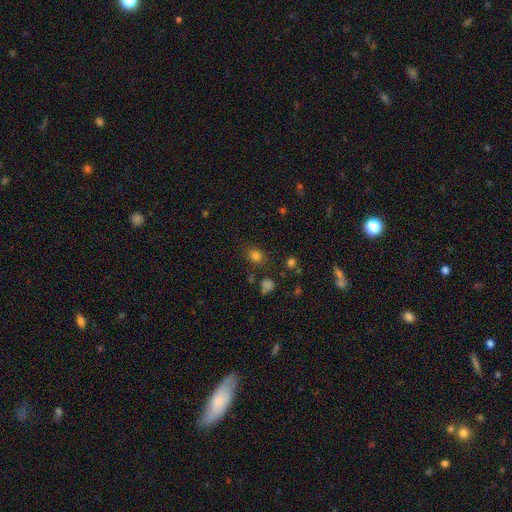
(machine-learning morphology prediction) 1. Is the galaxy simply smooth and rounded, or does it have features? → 78% smooth, 17% star or artifact, 6% featured or disk.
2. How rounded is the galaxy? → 63% round, 36% in between, 1% cigar-shaped.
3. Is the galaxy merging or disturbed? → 79% none, 13% minor disturbance, 4% major disturbance, 4% merger.